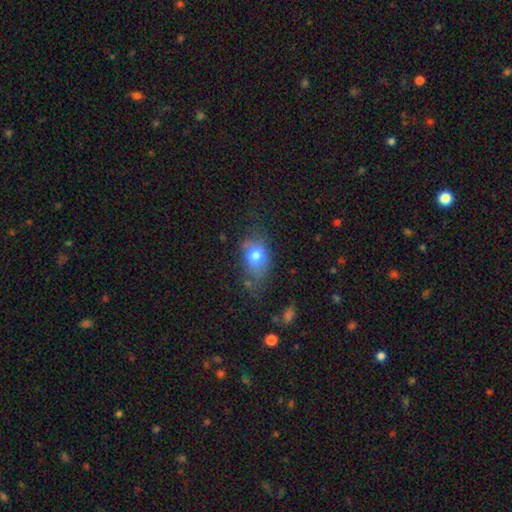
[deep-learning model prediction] Smooth or featured? Predicted: smooth (p=0.76). How rounded? Predicted: in between (p=0.78). Merging? Predicted: none (p=0.48).